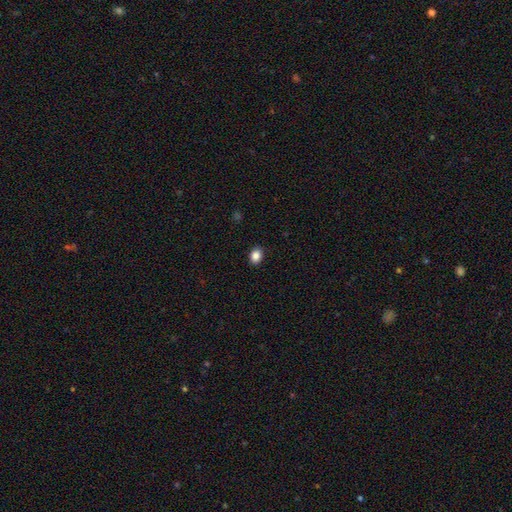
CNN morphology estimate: Q: Smooth or featured?
A: smooth (87%); runner-up: star or artifact (9%)
Q: How rounded?
A: in between (66%); runner-up: round (33%)
Q: Merging?
A: none (90%); runner-up: minor disturbance (7%)